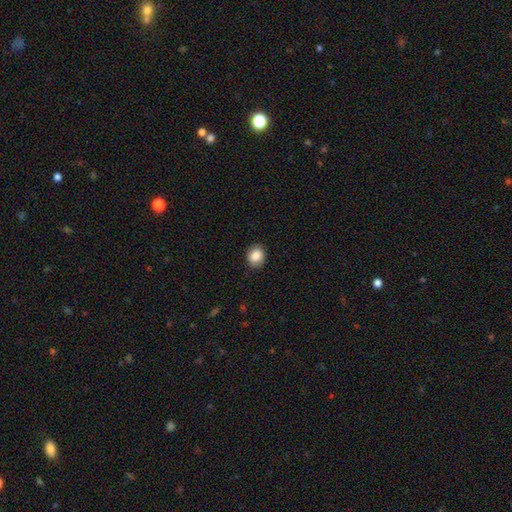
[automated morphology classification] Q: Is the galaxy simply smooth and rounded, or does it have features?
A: smooth — 85%.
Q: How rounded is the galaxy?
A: round — 65%.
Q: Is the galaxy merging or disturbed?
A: none — 89%.